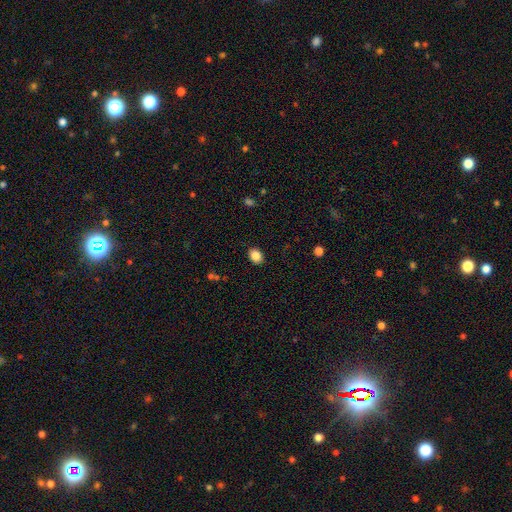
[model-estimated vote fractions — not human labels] smooth_or_featured: smooth (p=0.87) [alt: star or artifact p=0.09]
how_rounded: in between (p=0.65) [alt: round p=0.35]
merging: none (p=0.88) [alt: minor disturbance p=0.08]